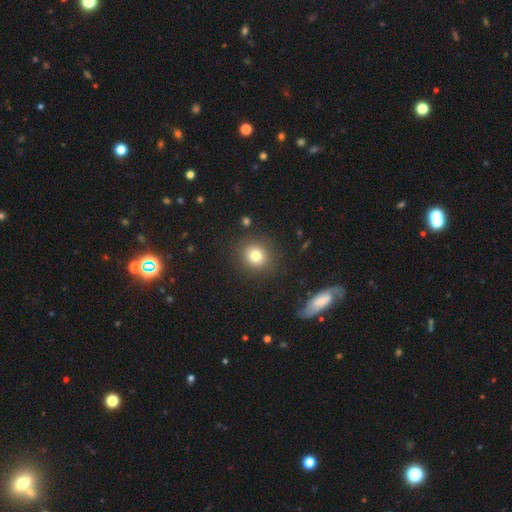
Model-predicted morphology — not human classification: Smooth or featured: smooth — 78% (star or artifact — 13%)
How rounded: round — 84% (in between — 15%)
Merging: none — 87% (minor disturbance — 8%)